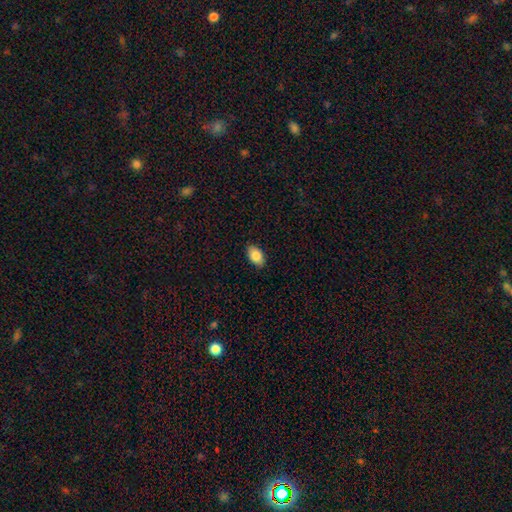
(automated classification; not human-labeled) Smooth or featured: smooth — 85% (featured or disk — 8%)
How rounded: in between — 92% (round — 6%)
Merging: none — 89% (minor disturbance — 9%)